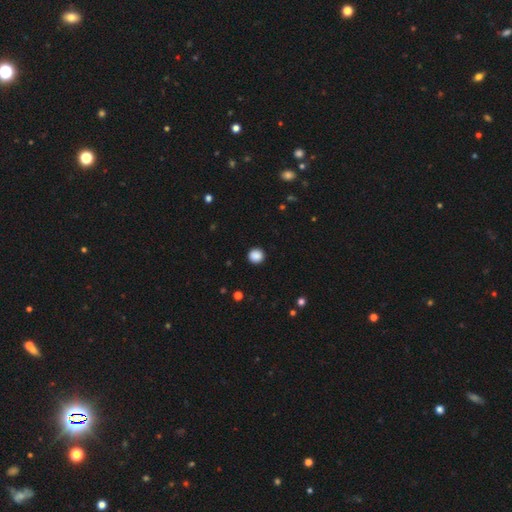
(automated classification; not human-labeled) smooth_or_featured: smooth (p=0.88) [alt: star or artifact p=0.10]
how_rounded: round (p=0.93) [alt: in between p=0.06]
merging: none (p=0.92) [alt: minor disturbance p=0.05]